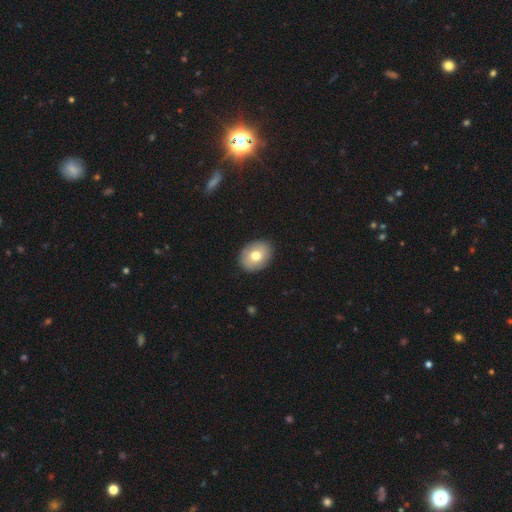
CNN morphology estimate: type=smooth (73%); roundness=in between (60%); merging=none (88%).